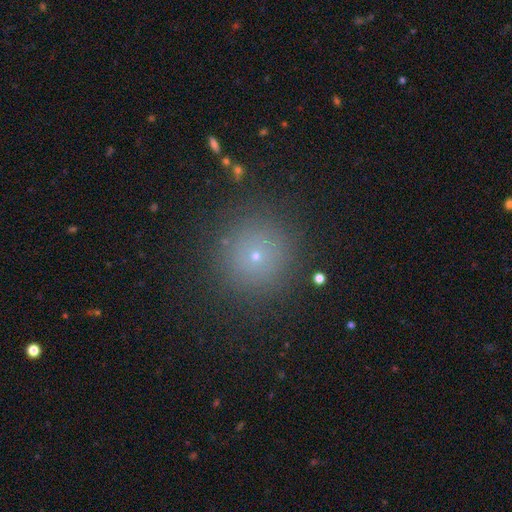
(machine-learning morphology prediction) This is likely a smooth galaxy (65%). How rounded: clearly round (95%). Merging: clearly none (89%).